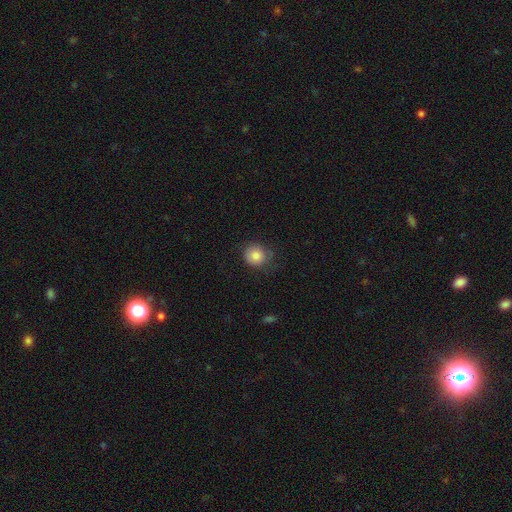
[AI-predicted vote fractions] smooth_or_featured: smooth (p=0.84) [alt: star or artifact p=0.09]
how_rounded: round (p=0.88) [alt: in between p=0.11]
merging: none (p=0.77) [alt: minor disturbance p=0.17]